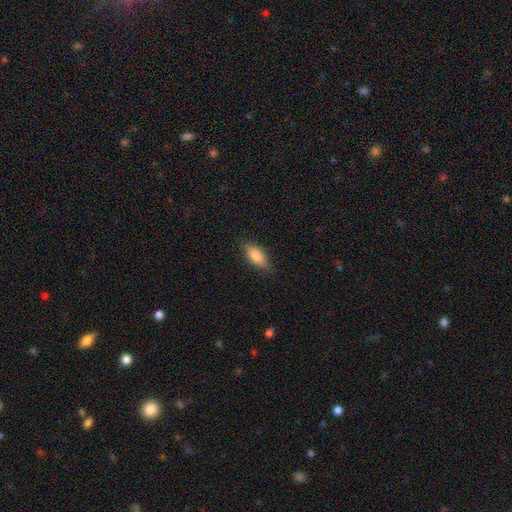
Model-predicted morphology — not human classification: The model was most divided on "merging": none: 84%, minor disturbance: 13%, major disturbance: 3%, merger: 1%. More confident: how rounded — in between (87%); smooth or featured — smooth (85%).